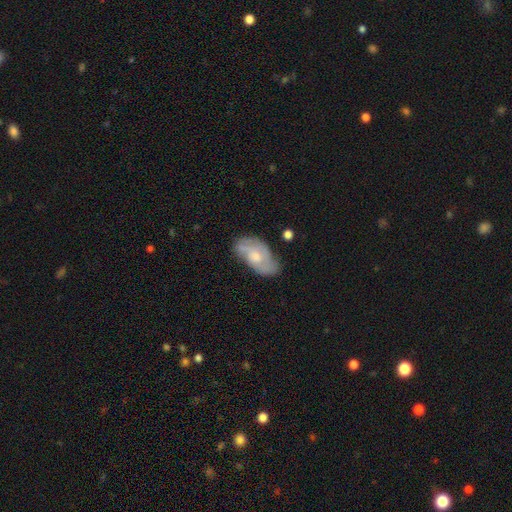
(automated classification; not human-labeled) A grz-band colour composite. It shows a featured or disk galaxy (61%) with no bar (72%), spiral arms (81%) and a moderate central bulge (51%). Merging: none (61%).